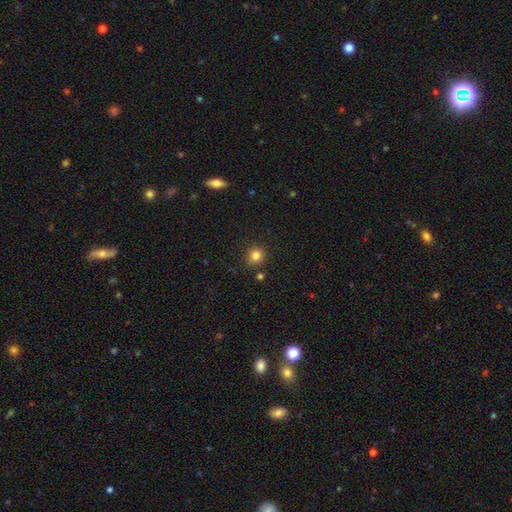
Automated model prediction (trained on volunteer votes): smooth-or-featured: smooth: 82% | star or artifact: 13% | featured or disk: 5%
  how-rounded: round: 92% | in between: 7% | cigar-shaped: 1%
  merging: none: 86% | minor disturbance: 8% | merger: 4% | major disturbance: 2%